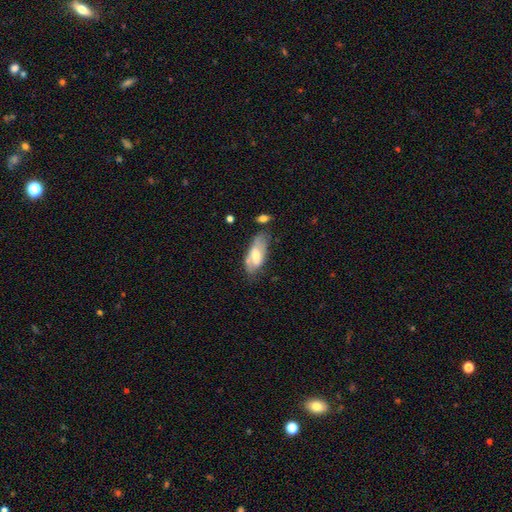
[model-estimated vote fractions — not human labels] Smooth or featured? smooth (50%)
Merging? none (50%)